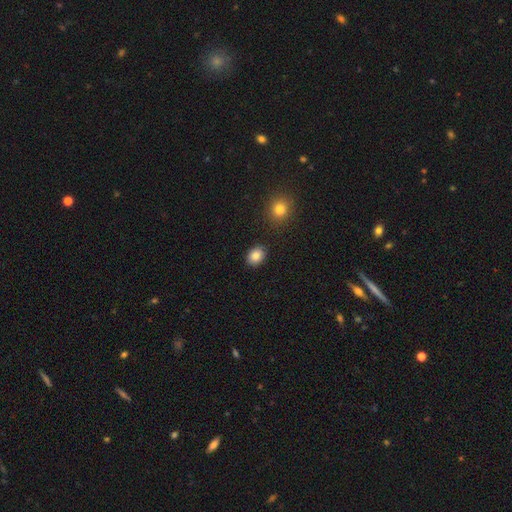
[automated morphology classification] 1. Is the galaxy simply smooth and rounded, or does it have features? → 86% smooth, 9% star or artifact, 5% featured or disk.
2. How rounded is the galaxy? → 64% in between, 35% round, 1% cigar-shaped.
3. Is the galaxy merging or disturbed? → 87% none, 8% minor disturbance, 3% merger, 2% major disturbance.